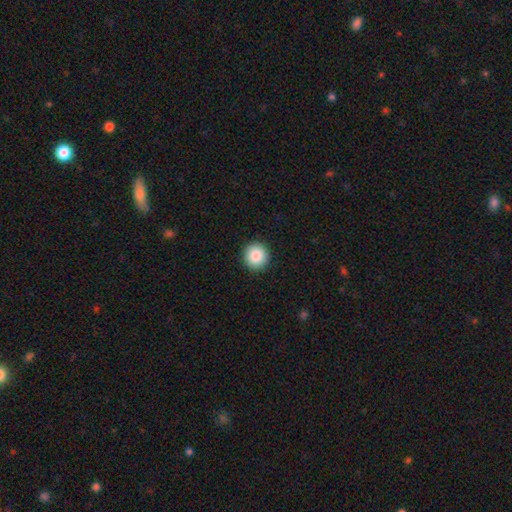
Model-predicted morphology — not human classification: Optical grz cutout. It shows a smooth galaxy with no disk features (87%) that is round (94%). Merging: none (93%).